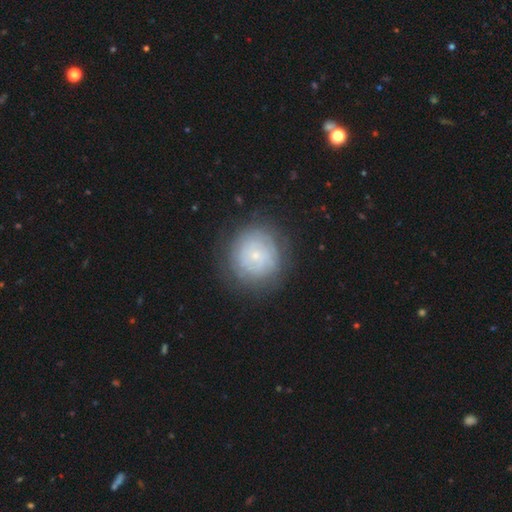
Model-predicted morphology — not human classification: Smooth or featured? featured or disk (47%)
Merging? none (81%)